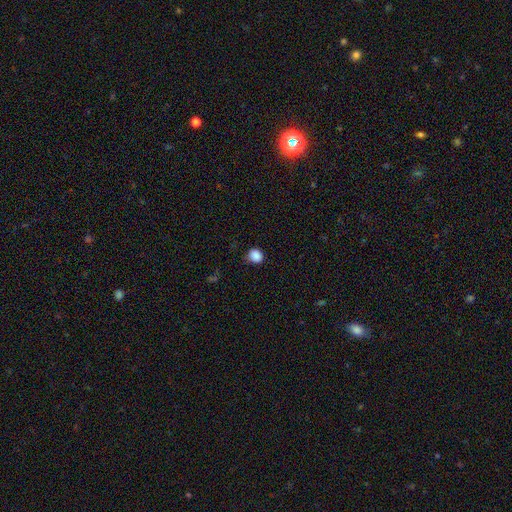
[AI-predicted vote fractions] smooth-or-featured: smooth: 87% | star or artifact: 10% | featured or disk: 3%
  how-rounded: round: 78% | in between: 21% | cigar-shaped: 1%
  merging: none: 81% | minor disturbance: 15% | major disturbance: 3% | merger: 1%